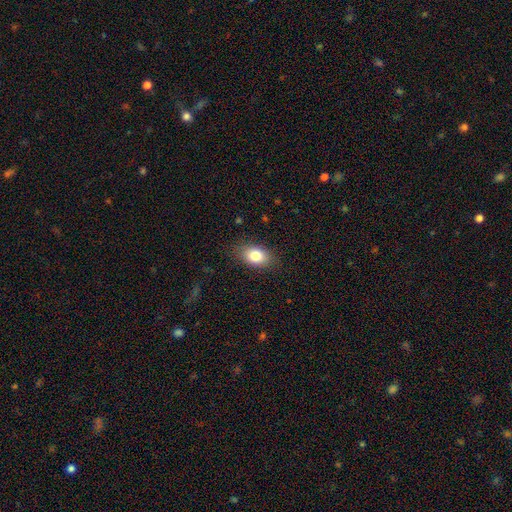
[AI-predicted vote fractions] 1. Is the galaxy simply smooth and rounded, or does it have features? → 82% smooth, 10% featured or disk, 8% star or artifact.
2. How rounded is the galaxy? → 82% in between, 16% round, 2% cigar-shaped.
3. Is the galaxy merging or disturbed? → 84% none, 12% minor disturbance, 3% major disturbance, 1% merger.